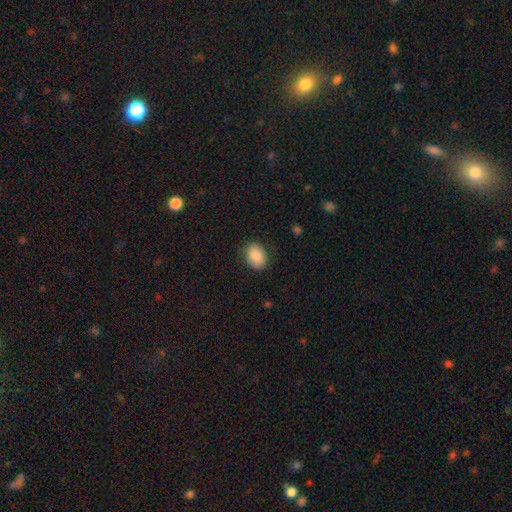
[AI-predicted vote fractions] Smooth or featured? smooth (85%)
How rounded? in between (66%)
Merging? none (86%)